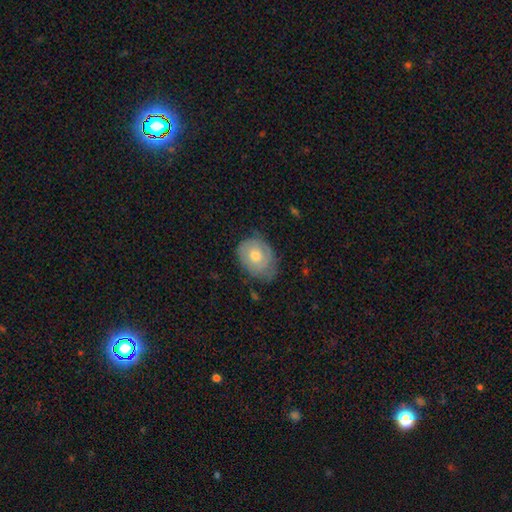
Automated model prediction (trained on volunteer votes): This is possibly a smooth galaxy (50%). How rounded: likely in between (61%). Merging: likely none (61%).